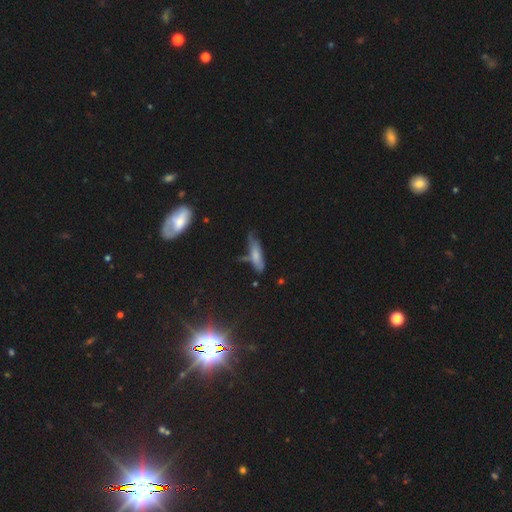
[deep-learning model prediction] Smooth or featured: smooth — 65% (featured or disk — 25%)
How rounded: cigar-shaped — 52% (in between — 45%)
Merging: none — 45% (minor disturbance — 34%)